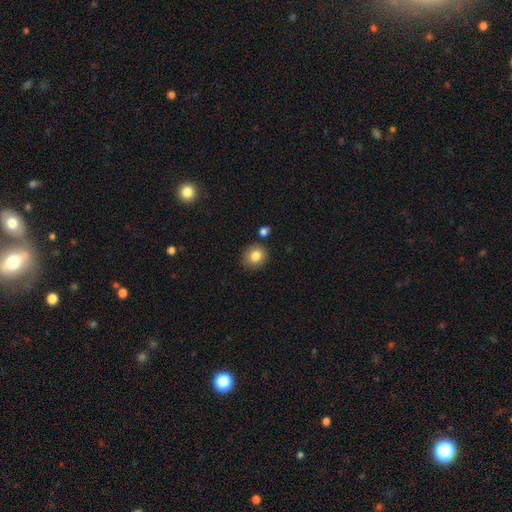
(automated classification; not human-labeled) This is clearly a smooth galaxy (83%). How rounded: clearly round (81%). Merging: clearly none (85%).